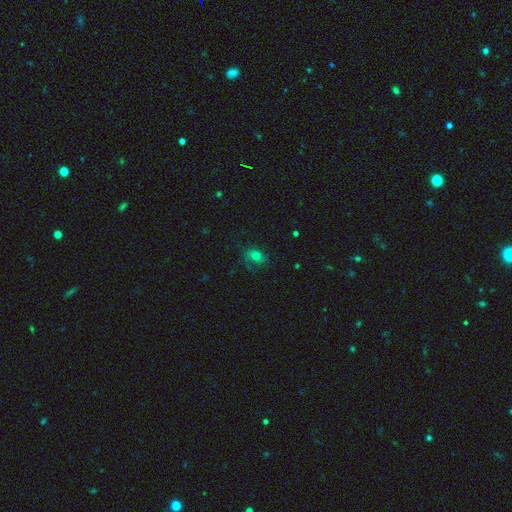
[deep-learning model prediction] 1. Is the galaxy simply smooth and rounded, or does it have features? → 51% smooth, 31% featured or disk, 18% star or artifact.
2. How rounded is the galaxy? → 61% in between, 37% round, 2% cigar-shaped.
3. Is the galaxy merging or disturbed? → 57% none, 22% minor disturbance, 19% major disturbance, 2% merger.